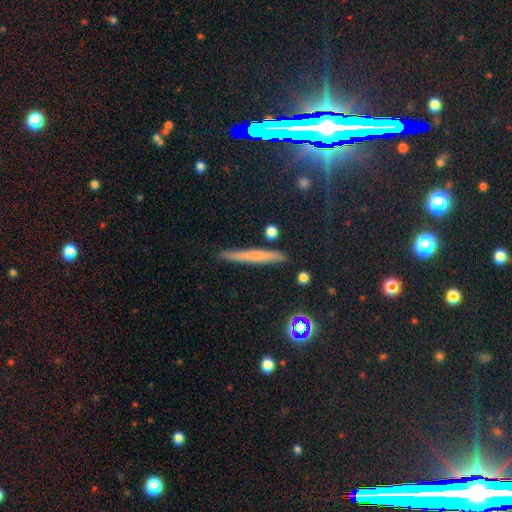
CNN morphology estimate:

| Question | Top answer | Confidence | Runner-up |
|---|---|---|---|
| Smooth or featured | smooth | 56% | featured or disk (31%) |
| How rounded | cigar-shaped | 95% | in between (3%) |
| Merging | none | 87% | minor disturbance (9%) |